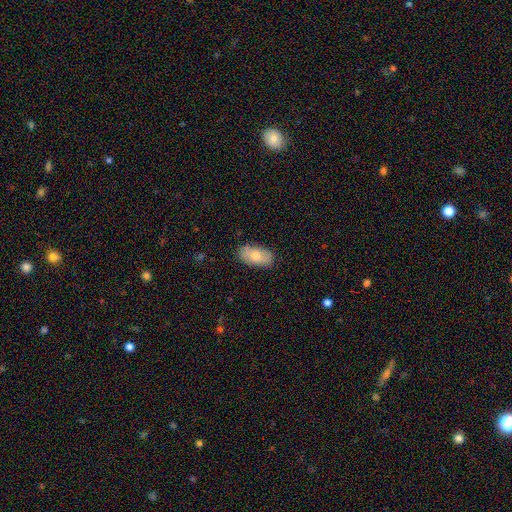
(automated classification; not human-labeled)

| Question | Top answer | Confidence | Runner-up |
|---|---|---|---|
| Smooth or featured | smooth | 77% | featured or disk (16%) |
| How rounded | in between | 93% | cigar-shaped (4%) |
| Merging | none | 83% | minor disturbance (13%) |